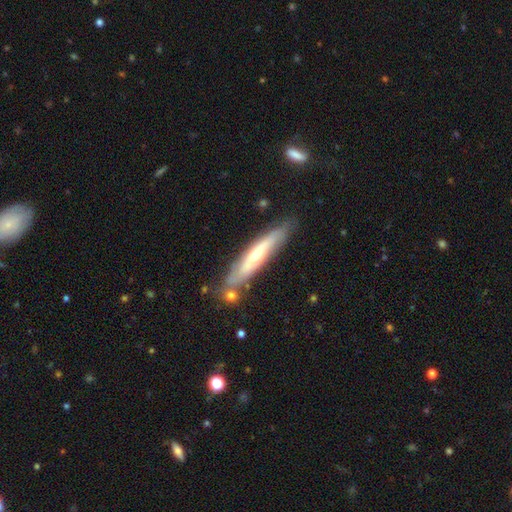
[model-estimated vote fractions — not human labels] Q: Smooth or featured?
A: featured or disk (60%); runner-up: smooth (34%)
Q: Edge-on disk?
A: yes (71%); runner-up: no (29%)
Q: Merging?
A: none (76%); runner-up: minor disturbance (15%)